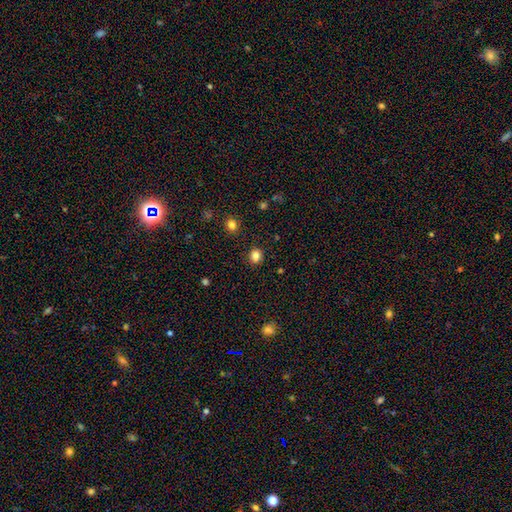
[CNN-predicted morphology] This is clearly a smooth galaxy (84%). How rounded: likely round (69%). Merging: clearly none (88%).